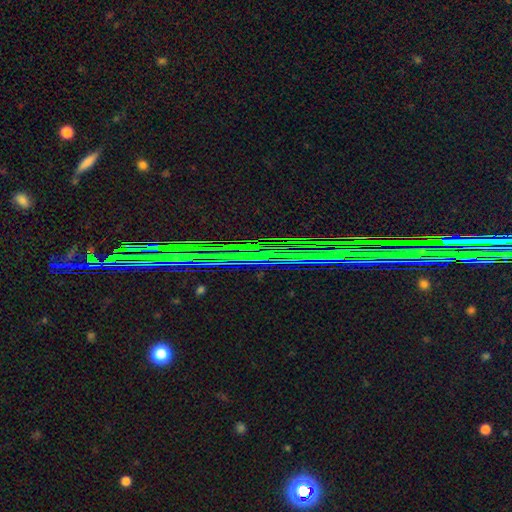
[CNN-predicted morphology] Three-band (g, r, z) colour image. It shows a star or artifact, not a galaxy (86%).